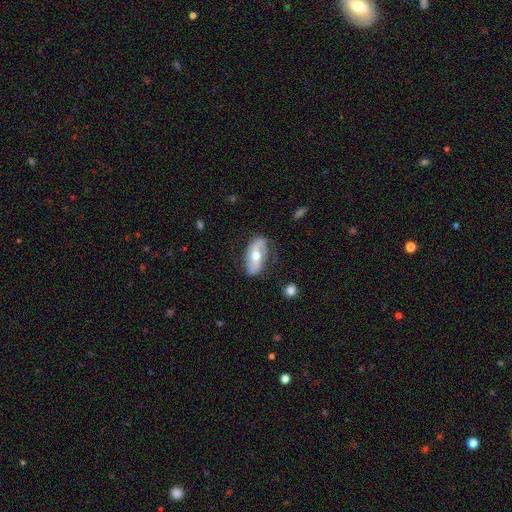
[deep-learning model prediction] Smooth or featured?
  - featured or disk: 73% *
  - smooth: 22%
  - star or artifact: 5%
Edge-on disk?
  - no: 88% *
  - yes: 12%
Bar?
  - no: 47% *
  - weak: 28%
  - strong: 25%
Spiral arms?
  - yes: 80% *
  - no: 20%
Spiral winding?
  - loose: 65% *
  - medium: 24%
  - tight: 11%
Spiral arm count?
  - 2: 89% *
  - can't tell: 5%
  - 1: 3%
  - 3: 1%
  - 4: 1%
  - more than 4: 1%
Bulge size?
  - moderate: 78% *
  - small: 11%
  - large: 9%
  - dominant: 1%
  - none: 1%
Merging?
  - none: 75% *
  - minor disturbance: 18%
  - major disturbance: 6%
  - merger: 2%